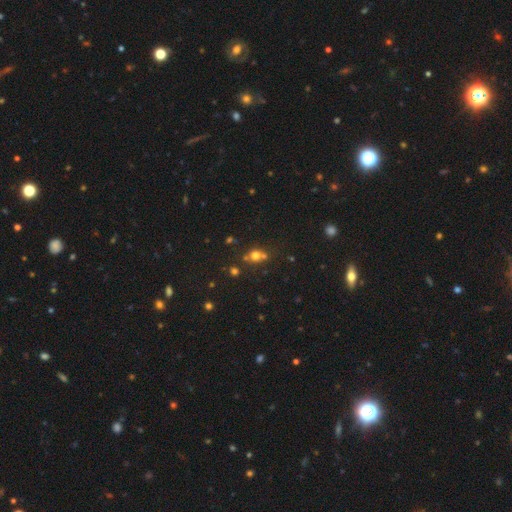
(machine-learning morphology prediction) Smooth or featured: smooth — 64% (star or artifact — 21%)
How rounded: round — 72% (in between — 26%)
Merging: none — 51% (merger — 31%)